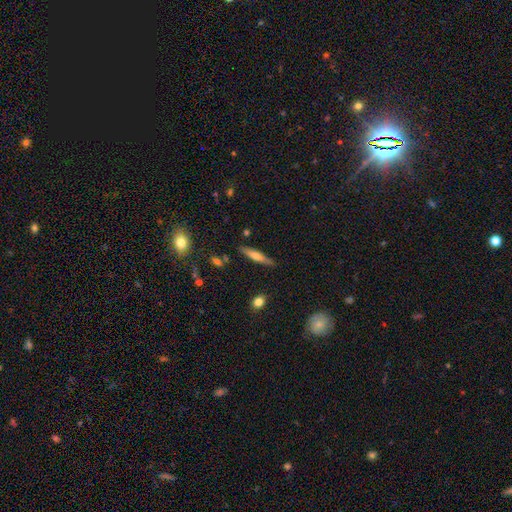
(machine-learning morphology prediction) smooth-or-featured: smooth: 48% | featured or disk: 44% | star or artifact: 7%
  merging: none: 85% | minor disturbance: 11% | merger: 2% | major disturbance: 2%